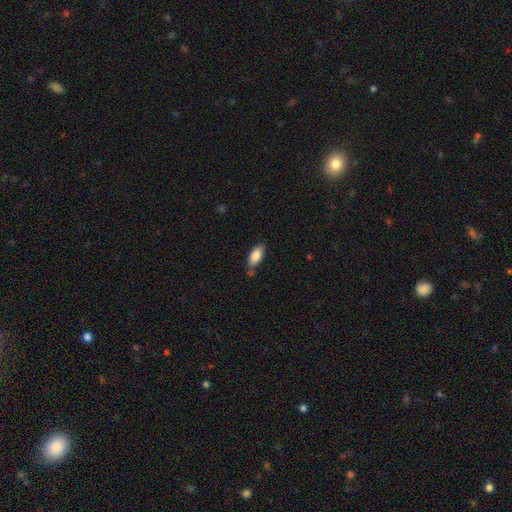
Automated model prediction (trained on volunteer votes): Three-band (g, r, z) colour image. It shows a smooth galaxy with no disk features (87%) that is in between round and cigar-shaped (89%). Merging: none (69%).